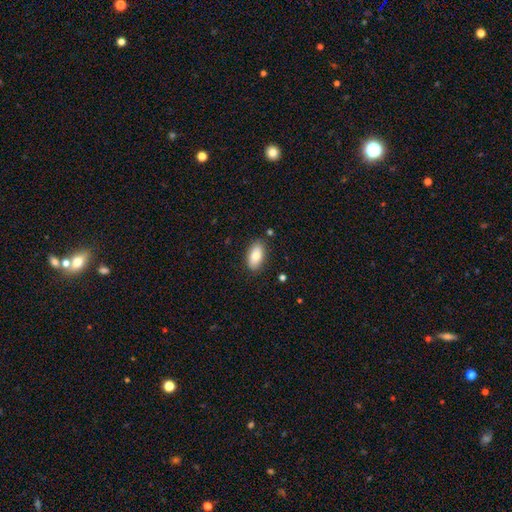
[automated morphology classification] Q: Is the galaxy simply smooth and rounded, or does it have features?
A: smooth — 82%.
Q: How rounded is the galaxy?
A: in between — 92%.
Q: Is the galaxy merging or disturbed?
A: none — 85%.